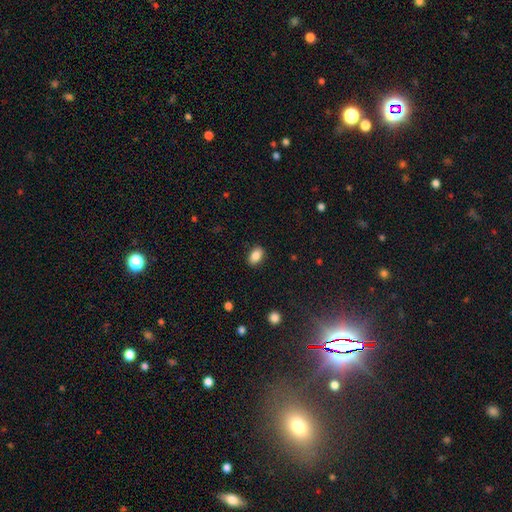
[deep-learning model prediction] This is clearly a smooth galaxy (86%). How rounded: clearly in between (89%). Merging: clearly none (88%).